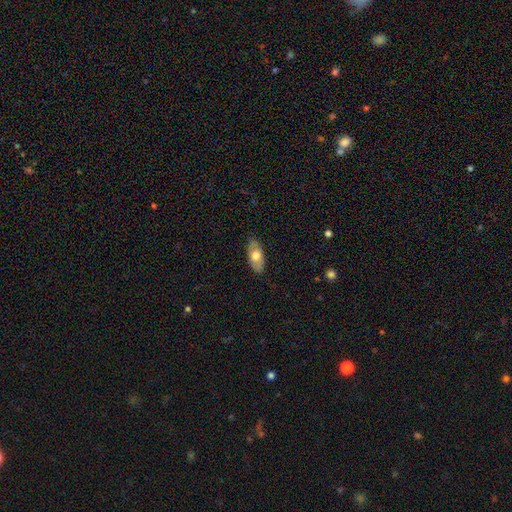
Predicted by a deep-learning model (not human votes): Smooth or featured? Predicted: smooth (p=0.60). How rounded? Predicted: in between (p=0.91). Merging? Predicted: none (p=0.83).